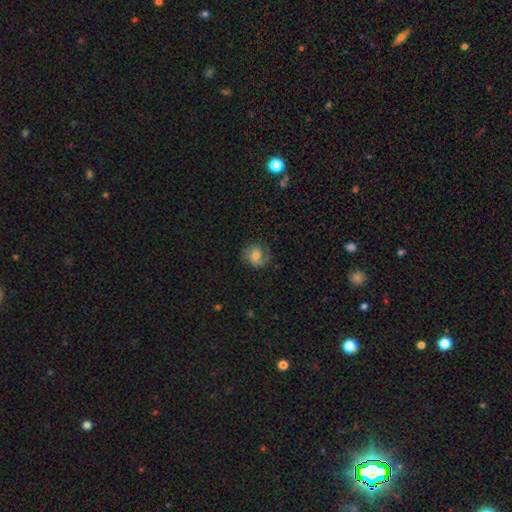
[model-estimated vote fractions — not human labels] This is possibly a featured or disk galaxy (48%). Merging: likely none (65%).